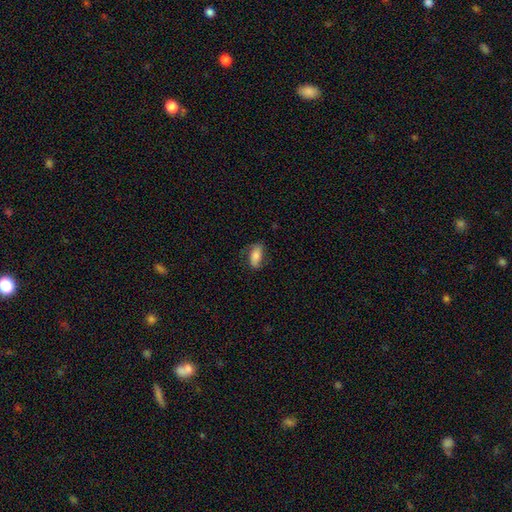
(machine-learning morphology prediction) Q: Smooth or featured?
A: smooth (70%); runner-up: featured or disk (23%)
Q: How rounded?
A: in between (87%); runner-up: cigar-shaped (9%)
Q: Merging?
A: none (68%); runner-up: minor disturbance (22%)